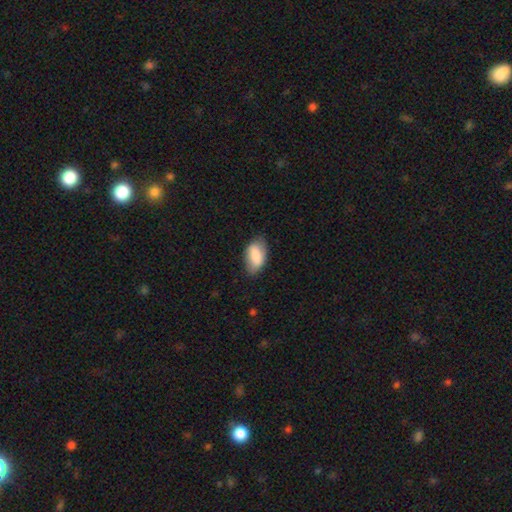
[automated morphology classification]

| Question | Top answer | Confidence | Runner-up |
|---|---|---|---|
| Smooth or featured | smooth | 79% | featured or disk (14%) |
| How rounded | in between | 93% | round (4%) |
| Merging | none | 66% | minor disturbance (26%) |